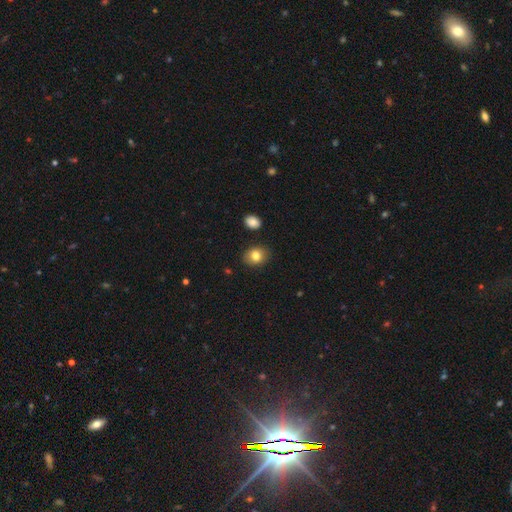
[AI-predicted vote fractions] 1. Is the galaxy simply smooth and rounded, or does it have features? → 82% smooth, 9% star or artifact, 9% featured or disk.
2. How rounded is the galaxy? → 51% round, 48% in between, 1% cigar-shaped.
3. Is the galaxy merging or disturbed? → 86% none, 10% minor disturbance, 3% merger, 2% major disturbance.